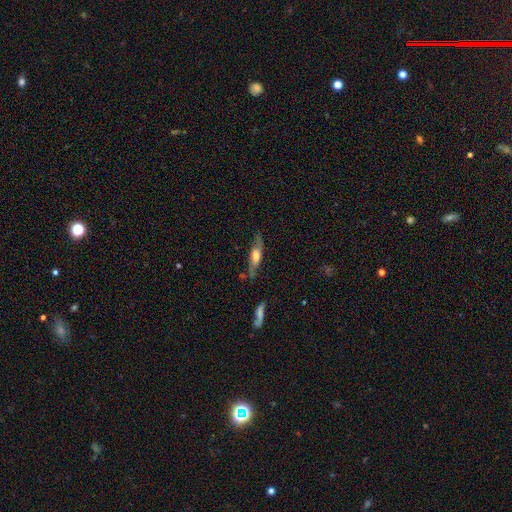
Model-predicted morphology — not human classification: Smooth or featured? Predicted: featured or disk (p=0.54). Edge-on disk? Predicted: yes (p=0.72). Merging? Predicted: none (p=0.65).